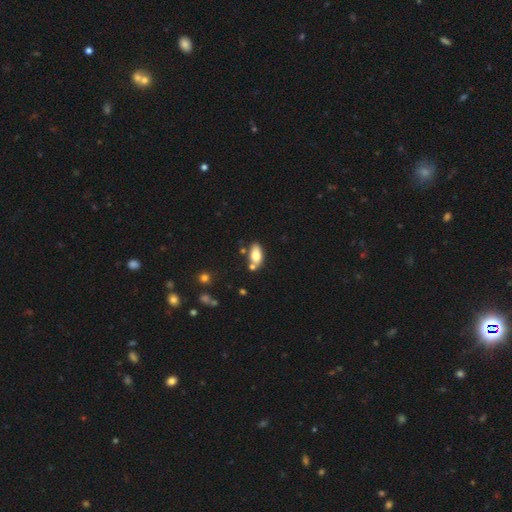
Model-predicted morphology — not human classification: smooth 73%, featured or disk 19%, star or artifact 8%. Down the decision tree: how rounded — in between (90%); merging — none (65%).